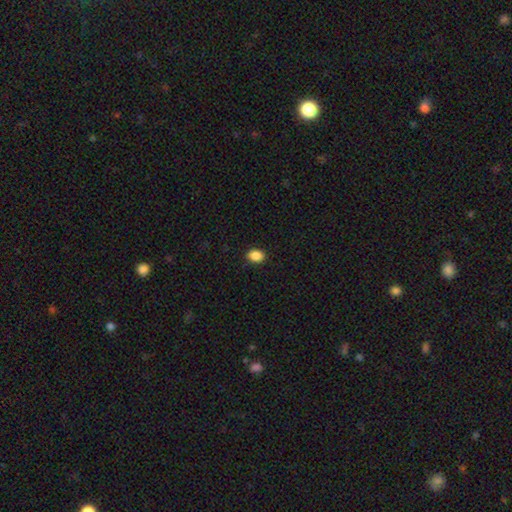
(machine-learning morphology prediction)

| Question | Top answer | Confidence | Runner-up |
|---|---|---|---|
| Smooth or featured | smooth | 88% | star or artifact (9%) |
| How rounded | in between | 65% | round (34%) |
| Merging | none | 90% | minor disturbance (8%) |